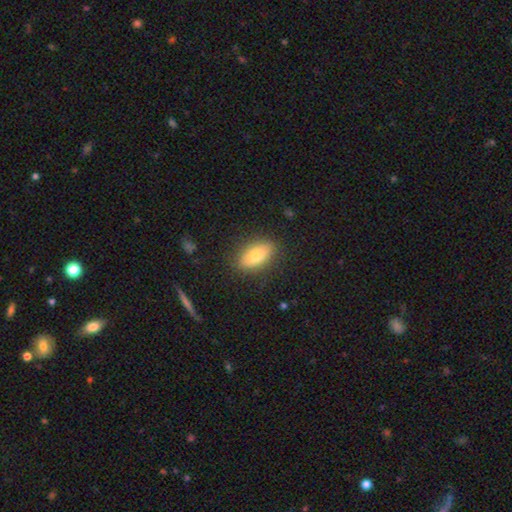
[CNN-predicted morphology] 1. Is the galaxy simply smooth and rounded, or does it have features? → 74% smooth, 19% featured or disk, 8% star or artifact.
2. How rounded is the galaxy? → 83% in between, 13% cigar-shaped, 5% round.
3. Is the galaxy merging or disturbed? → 85% none, 11% minor disturbance, 3% major disturbance, 1% merger.